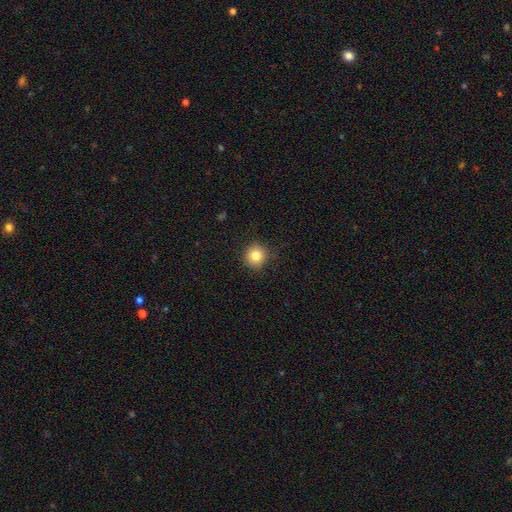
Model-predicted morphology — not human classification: A smooth galaxy with no disk features (83%) that is round (92%).

Vote fractions:
- Smooth or featured? smooth: 83% / star or artifact: 11% / featured or disk: 6%
- How rounded? round: 92% / in between: 7% / cigar-shaped: 1%
- Merging? none: 89% / minor disturbance: 8% / major disturbance: 2% / merger: 1%